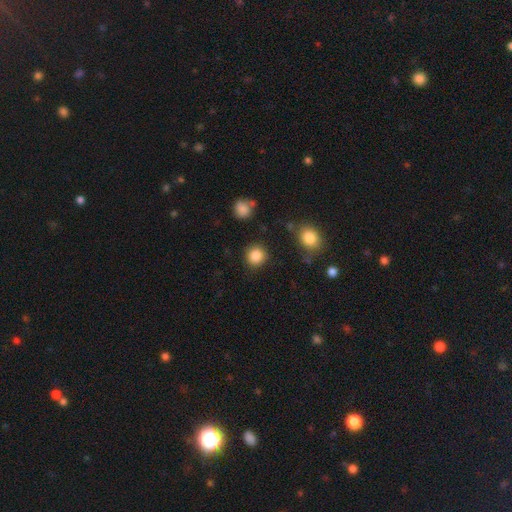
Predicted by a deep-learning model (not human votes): Overall: smooth (86%). How rounded: round (92%). Merging: none (88%).